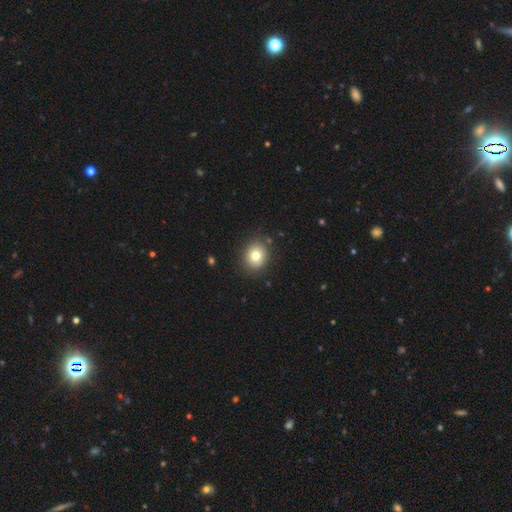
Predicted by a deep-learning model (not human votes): A smooth galaxy with no disk features (77%) that is round (75%). Merging: none (87%).